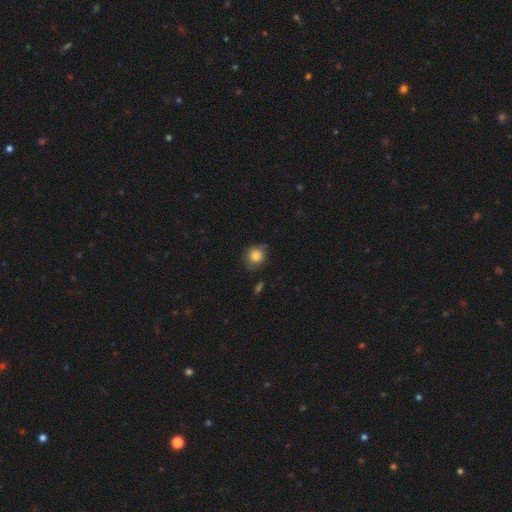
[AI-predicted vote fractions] Smooth or featured? Predicted: smooth (p=0.83). How rounded? Predicted: round (p=0.82). Merging? Predicted: none (p=0.72).